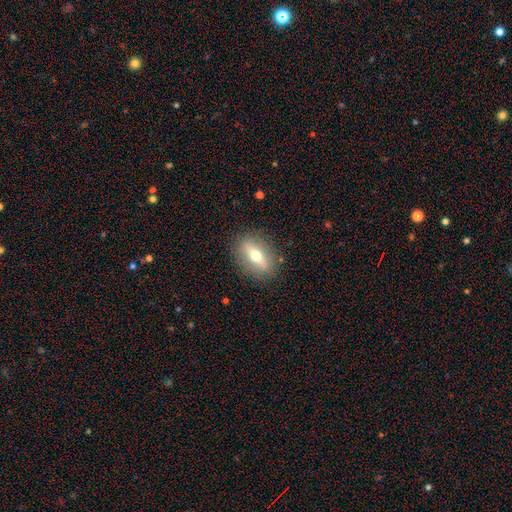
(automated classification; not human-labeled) smooth-or-featured: featured or disk: 47% | smooth: 45% | star or artifact: 8%
  merging: none: 86% | minor disturbance: 9% | major disturbance: 4% | merger: 1%